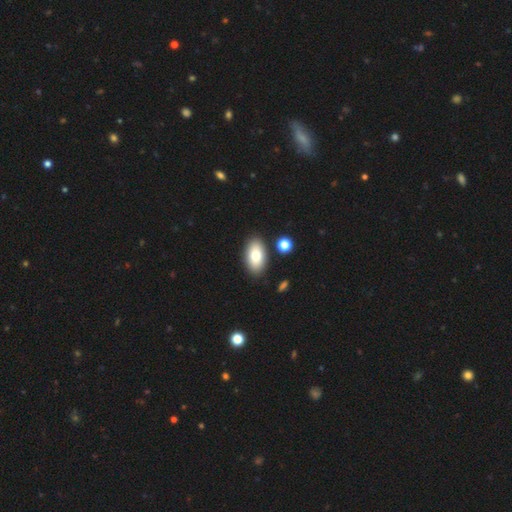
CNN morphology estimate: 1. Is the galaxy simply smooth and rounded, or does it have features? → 76% smooth, 16% featured or disk, 7% star or artifact.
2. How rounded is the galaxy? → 93% in between, 4% round, 2% cigar-shaped.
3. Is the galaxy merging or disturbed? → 86% none, 8% minor disturbance, 4% merger, 2% major disturbance.